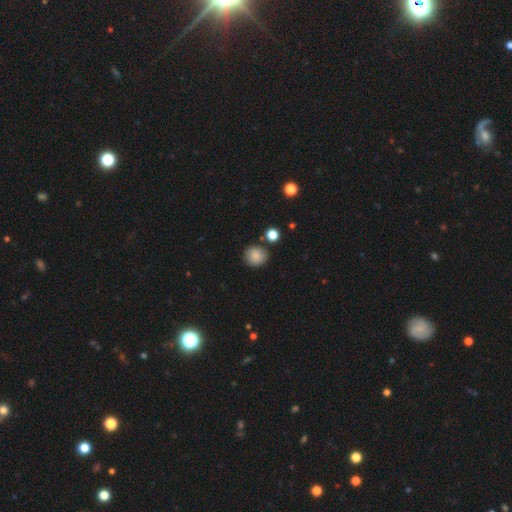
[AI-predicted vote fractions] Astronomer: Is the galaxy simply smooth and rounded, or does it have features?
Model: smooth — 86%.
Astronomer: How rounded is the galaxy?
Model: round — 85%.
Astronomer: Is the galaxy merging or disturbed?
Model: none — 83%.